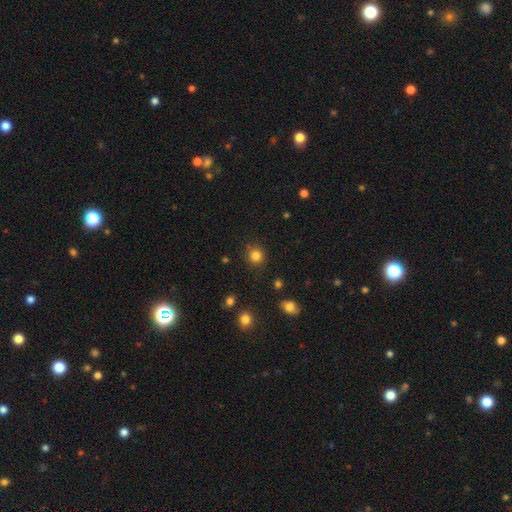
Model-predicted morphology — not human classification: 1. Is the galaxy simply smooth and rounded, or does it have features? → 84% smooth, 12% star or artifact, 4% featured or disk.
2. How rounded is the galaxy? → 89% round, 10% in between, 1% cigar-shaped.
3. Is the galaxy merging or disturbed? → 86% none, 10% minor disturbance, 3% major disturbance, 2% merger.